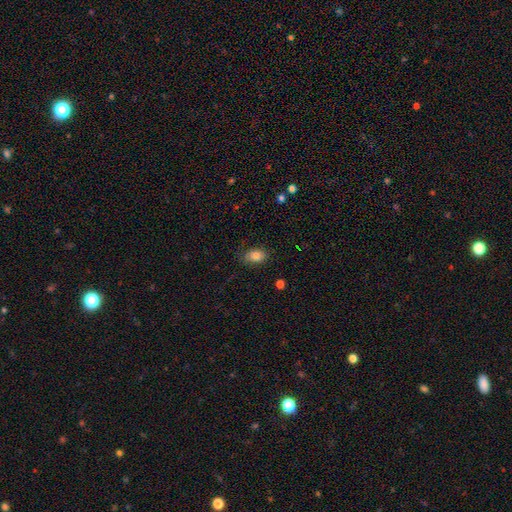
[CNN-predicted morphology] type=smooth (83%); roundness=in between (85%); merging=none (74%).